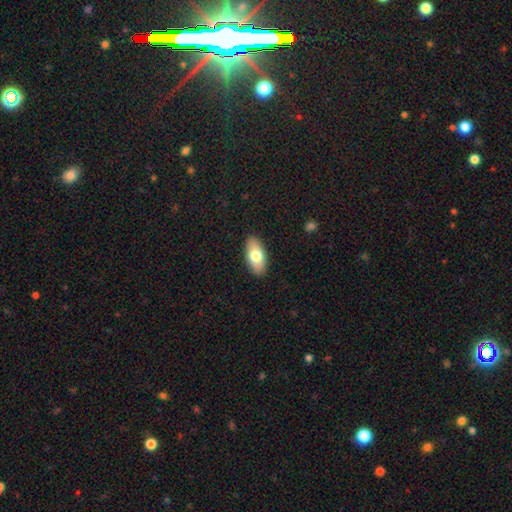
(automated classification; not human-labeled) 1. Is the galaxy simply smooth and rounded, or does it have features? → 73% smooth, 21% featured or disk, 6% star or artifact.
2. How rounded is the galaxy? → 91% in between, 6% cigar-shaped, 3% round.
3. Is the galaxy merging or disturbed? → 89% none, 8% minor disturbance, 2% major disturbance, 1% merger.